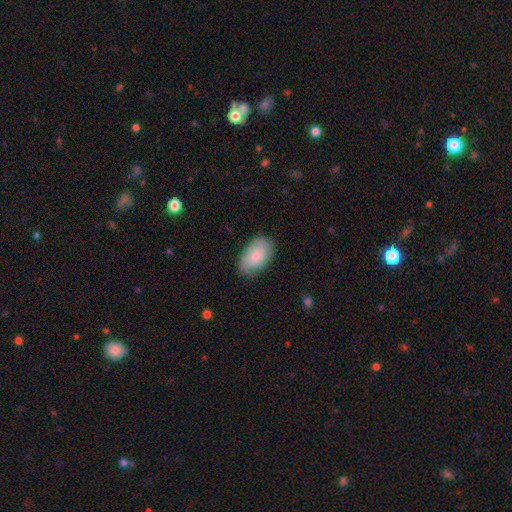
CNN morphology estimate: This appears to be a smooth galaxy with no disk features (79%) that is in between round and cigar-shaped (94%). Merging: none (78%).